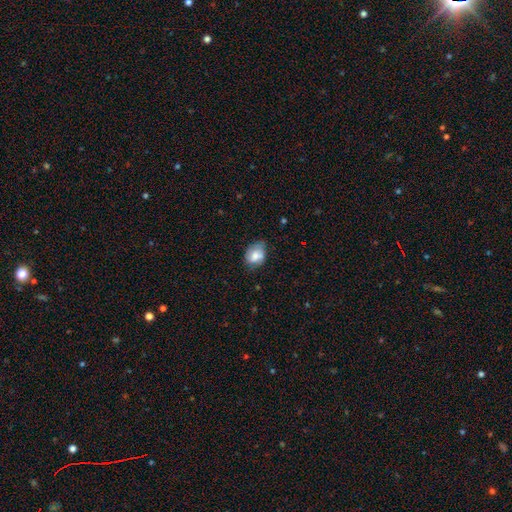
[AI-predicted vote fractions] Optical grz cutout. It shows a smooth galaxy with no disk features (69%) that is in between round and cigar-shaped (70%). Merging: none (51%).